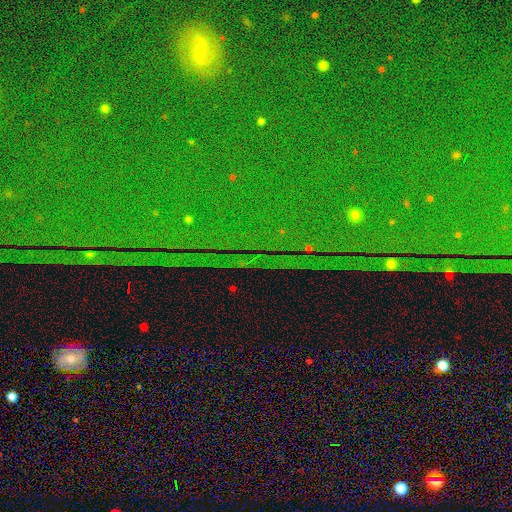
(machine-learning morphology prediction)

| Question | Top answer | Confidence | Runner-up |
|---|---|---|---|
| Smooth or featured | star or artifact | 83% | smooth (9%) |